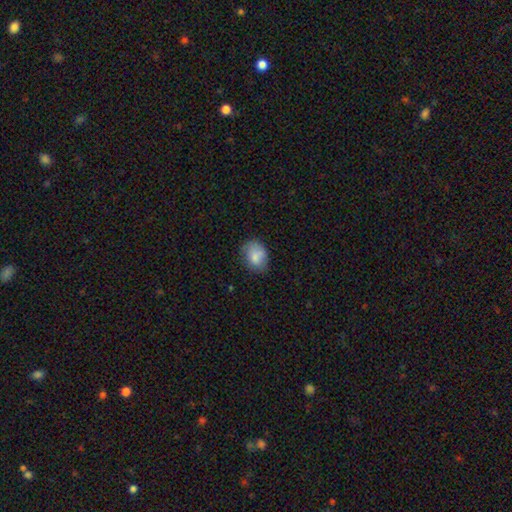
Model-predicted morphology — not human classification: Q: Smooth or featured?
A: smooth (80%); runner-up: featured or disk (12%)
Q: How rounded?
A: in between (67%); runner-up: round (32%)
Q: Merging?
A: none (63%); runner-up: minor disturbance (27%)